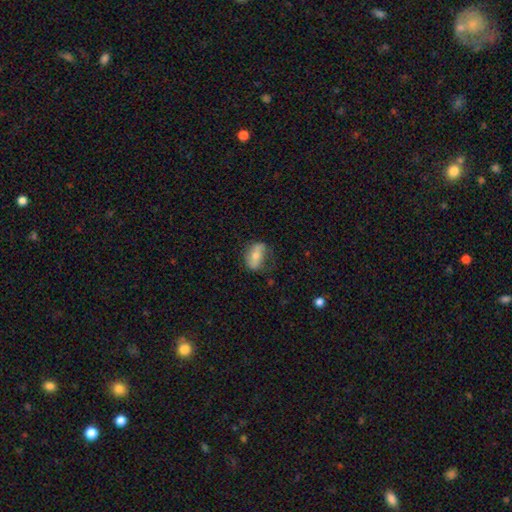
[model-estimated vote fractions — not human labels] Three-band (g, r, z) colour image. It shows a smooth galaxy with no disk features (60%) that is in between round and cigar-shaped (82%). Merging: none (64%).